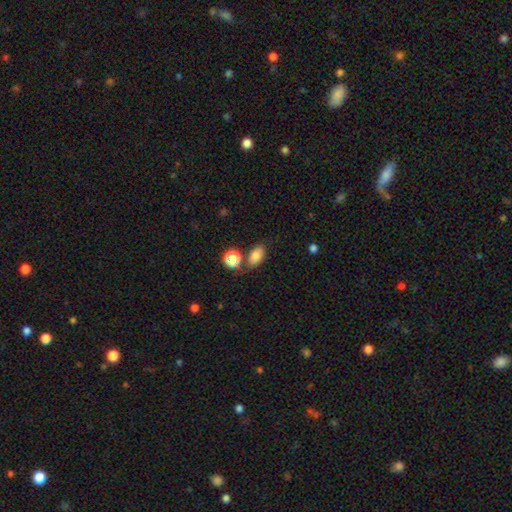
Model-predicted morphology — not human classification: smooth-or-featured: smooth: 77% | star or artifact: 14% | featured or disk: 9%
  how-rounded: in between: 84% | round: 13% | cigar-shaped: 2%
  merging: none: 72% | minor disturbance: 14% | merger: 10% | major disturbance: 4%